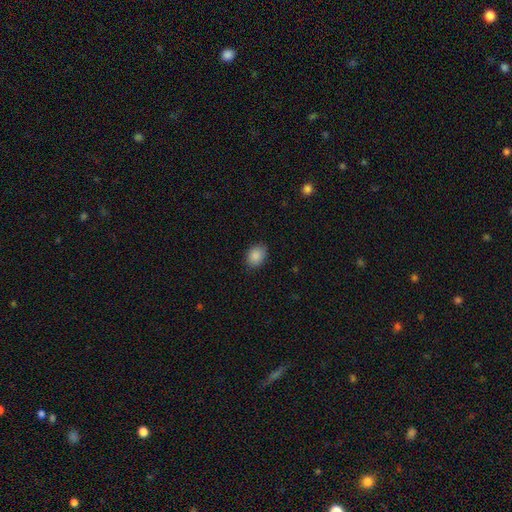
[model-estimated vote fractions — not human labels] smooth_or_featured: smooth (p=0.88) [alt: star or artifact p=0.08]
how_rounded: in between (p=0.70) [alt: round p=0.29]
merging: none (p=0.85) [alt: minor disturbance p=0.12]